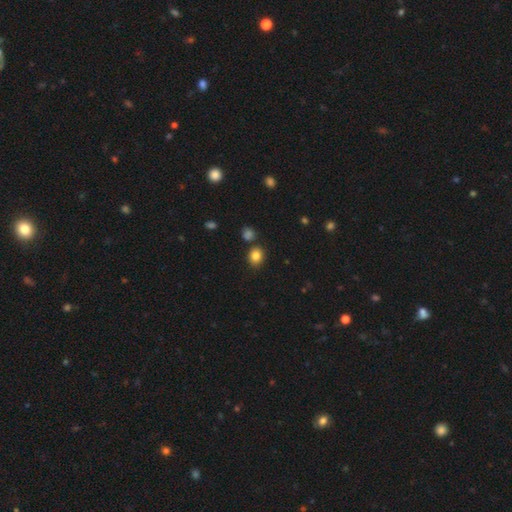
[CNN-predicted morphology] A smooth galaxy with no disk features (84%) that is round (63%).

Vote fractions:
- Smooth or featured? smooth: 84% / star or artifact: 11% / featured or disk: 5%
- How rounded? round: 63% / in between: 36% / cigar-shaped: 1%
- Merging? none: 80% / minor disturbance: 11% / merger: 7% / major disturbance: 3%